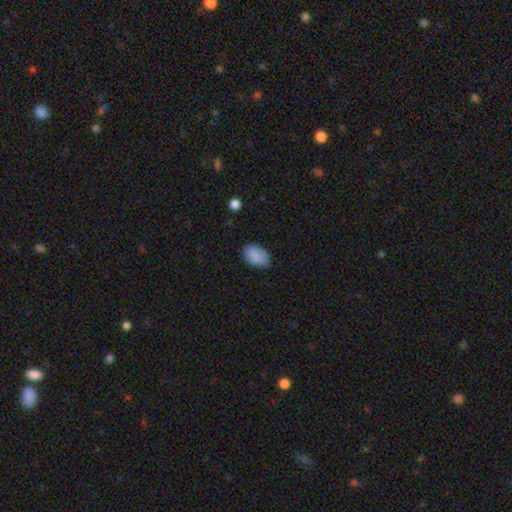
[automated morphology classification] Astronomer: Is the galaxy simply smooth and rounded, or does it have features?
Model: smooth — 88%.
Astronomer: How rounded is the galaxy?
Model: in between — 87%.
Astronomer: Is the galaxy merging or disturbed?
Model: none — 71%.